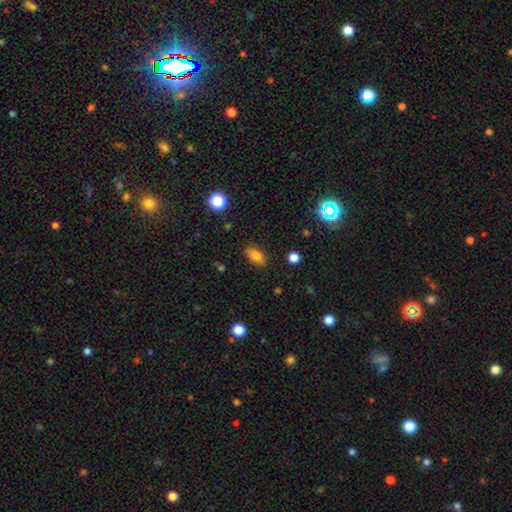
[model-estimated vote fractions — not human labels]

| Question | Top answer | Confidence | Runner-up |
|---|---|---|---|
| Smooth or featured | smooth | 80% | star or artifact (11%) |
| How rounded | in between | 86% | round (8%) |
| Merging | none | 85% | minor disturbance (11%) |